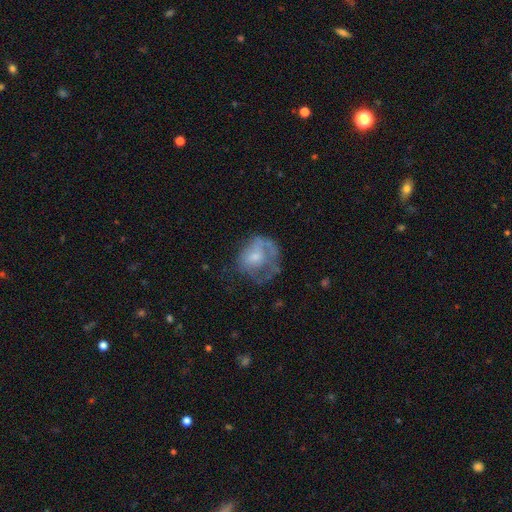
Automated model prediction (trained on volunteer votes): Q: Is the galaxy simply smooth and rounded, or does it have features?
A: featured or disk — 46%.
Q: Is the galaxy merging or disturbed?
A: major disturbance — 37%.